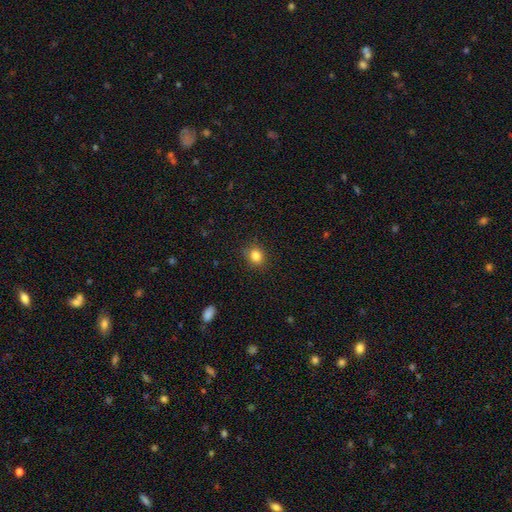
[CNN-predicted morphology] Smooth or featured?
  - smooth: 84% *
  - star or artifact: 11%
  - featured or disk: 5%
How rounded?
  - round: 70% *
  - in between: 29%
  - cigar-shaped: 1%
Merging?
  - none: 88% *
  - minor disturbance: 9%
  - major disturbance: 2%
  - merger: 1%